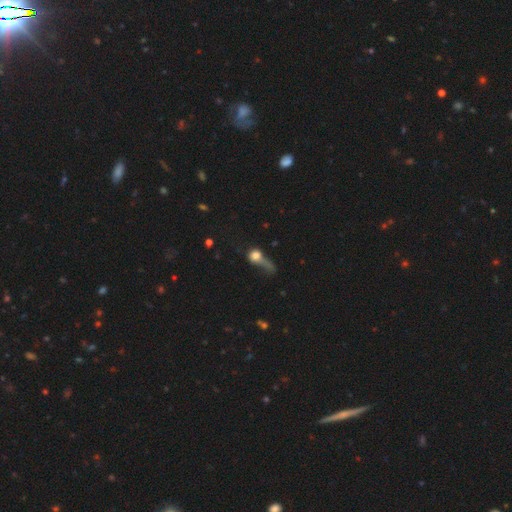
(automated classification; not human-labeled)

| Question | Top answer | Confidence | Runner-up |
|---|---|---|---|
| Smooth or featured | smooth | 67% | featured or disk (20%) |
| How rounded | round | 54% | in between (38%) |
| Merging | major disturbance | 51% | none (19%) |